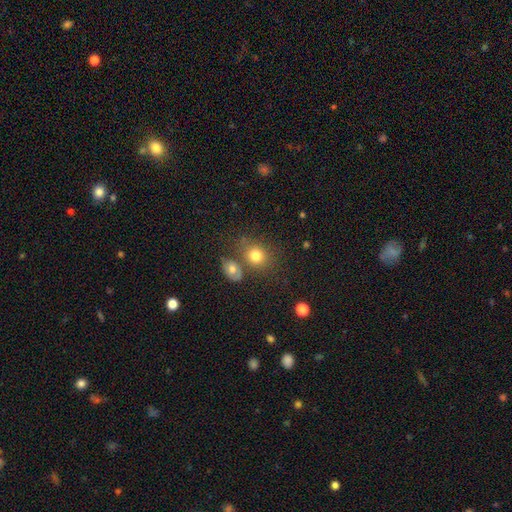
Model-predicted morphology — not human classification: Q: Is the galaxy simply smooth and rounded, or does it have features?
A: smooth — 78%.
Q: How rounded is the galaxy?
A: round — 65%.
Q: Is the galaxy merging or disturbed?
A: none — 60%.